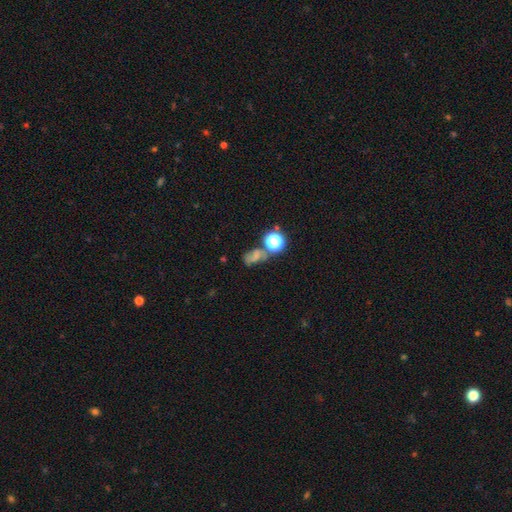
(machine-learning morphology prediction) This appears to be a smooth galaxy with no disk features (50%). Merging: none (45%).